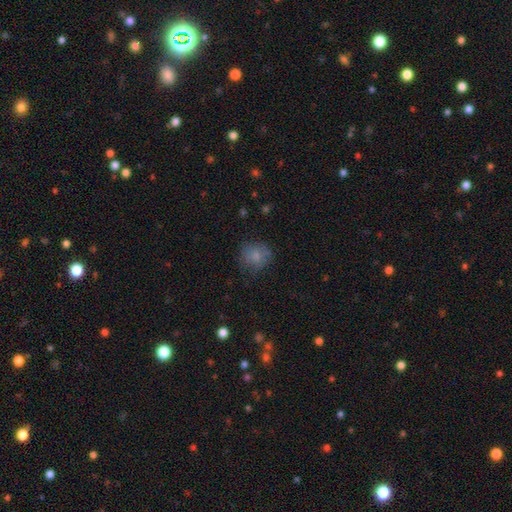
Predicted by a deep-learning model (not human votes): Smooth or featured?
  - smooth: 75% *
  - featured or disk: 16%
  - star or artifact: 9%
How rounded?
  - round: 84% *
  - in between: 15%
  - cigar-shaped: 1%
Merging?
  - none: 65% *
  - minor disturbance: 24%
  - major disturbance: 10%
  - merger: 2%